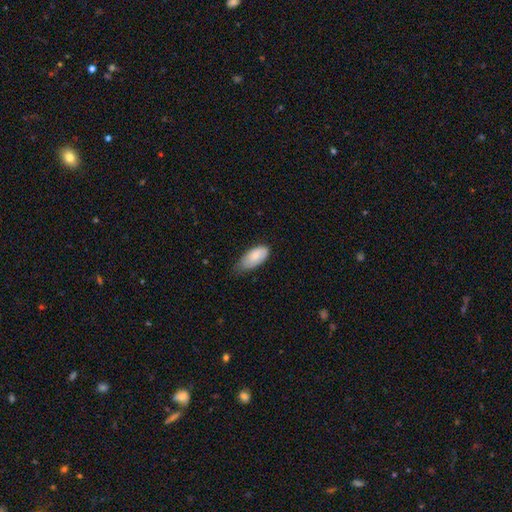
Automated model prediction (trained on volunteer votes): This appears to be a smooth galaxy with no disk features (82%) that is in between round and cigar-shaped (92%). Merging: none (46%).